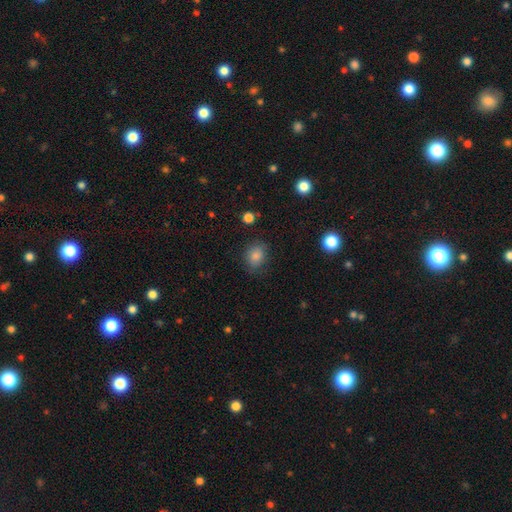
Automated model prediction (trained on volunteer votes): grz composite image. It shows a smooth galaxy with no disk features (80%) that is in between round and cigar-shaped (50%). Merging: none (79%).